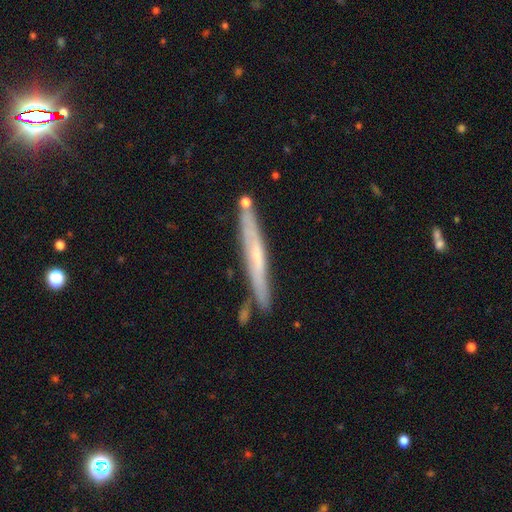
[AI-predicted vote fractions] The model was most divided on "smooth or featured": featured or disk: 57%, smooth: 37%, star or artifact: 7%. More confident: edge-on disk — yes (90%); merging — none (79%); edge-on bulge — none (64%).